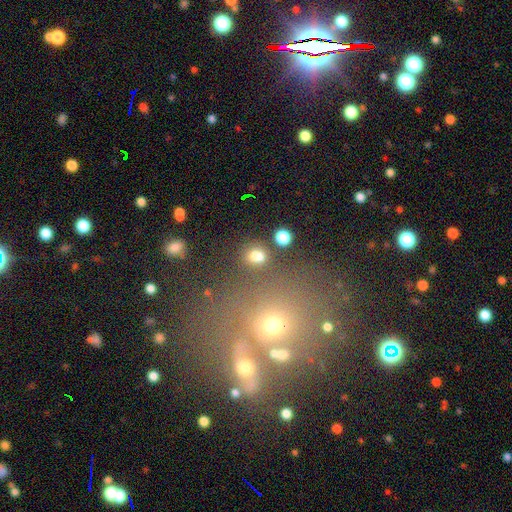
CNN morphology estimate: This appears to be a smooth galaxy with no disk features (77%) that is round (66%). Merging: none (72%).